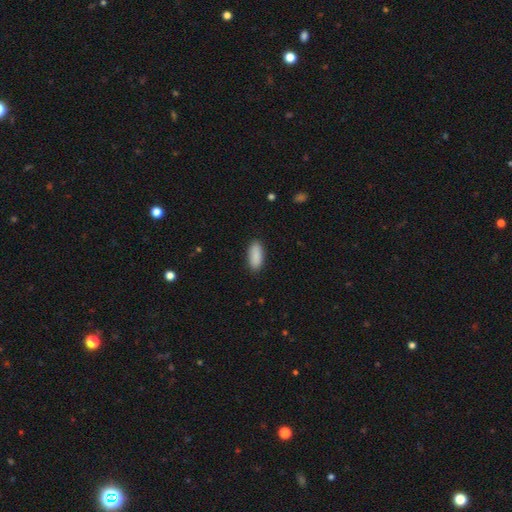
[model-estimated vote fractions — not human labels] The model was most divided on "how rounded": in between: 81%, cigar-shaped: 17%, round: 2%. More confident: smooth or featured — smooth (90%); merging — none (88%).